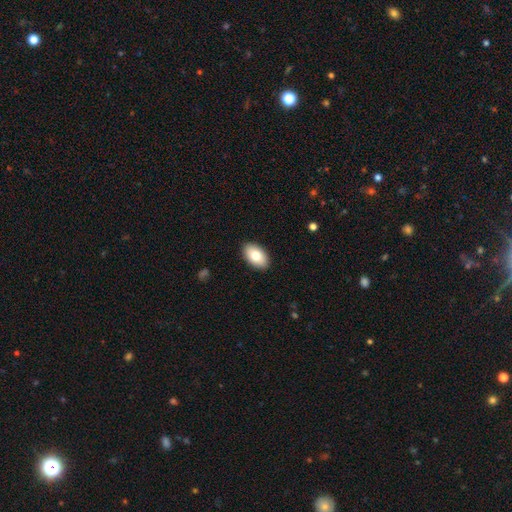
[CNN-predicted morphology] type=smooth (79%); roundness=in between (93%); merging=none (90%).